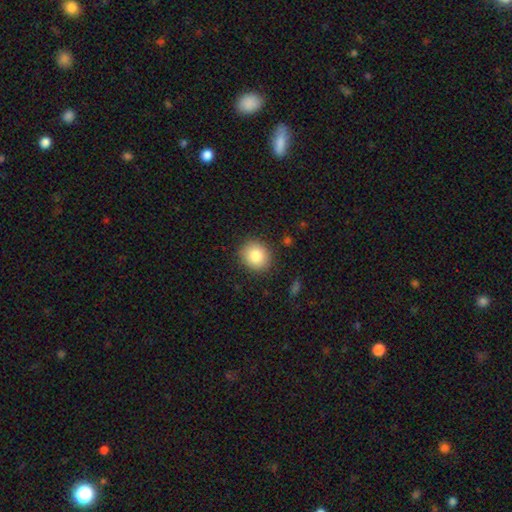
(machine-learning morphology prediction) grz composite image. It shows a smooth galaxy with no disk features (84%) that is round (79%). Merging: none (87%).